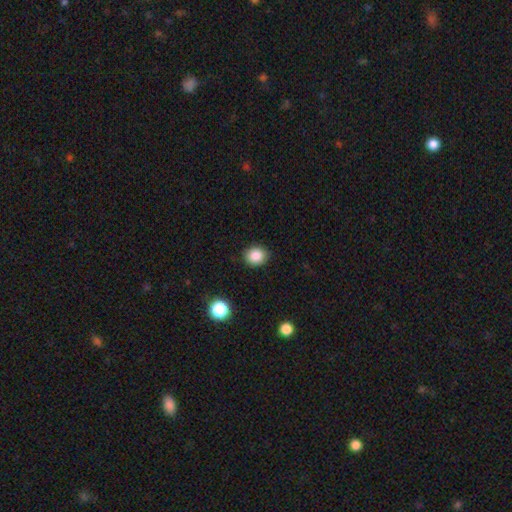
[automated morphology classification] type=smooth (86%); roundness=round (68%); merging=none (88%).